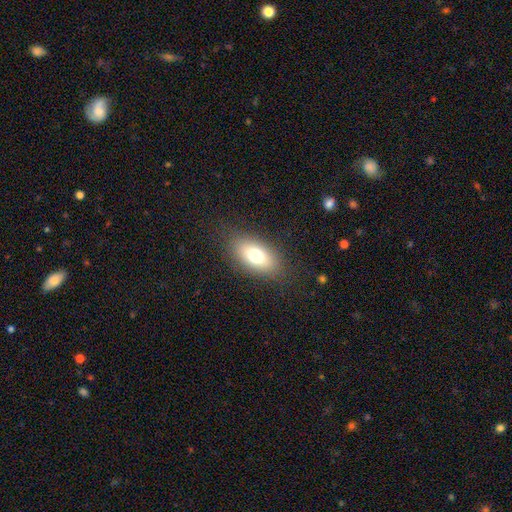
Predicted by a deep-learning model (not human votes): Q: Smooth or featured?
A: smooth (74%); runner-up: featured or disk (17%)
Q: How rounded?
A: in between (89%); runner-up: round (6%)
Q: Merging?
A: none (84%); runner-up: minor disturbance (11%)